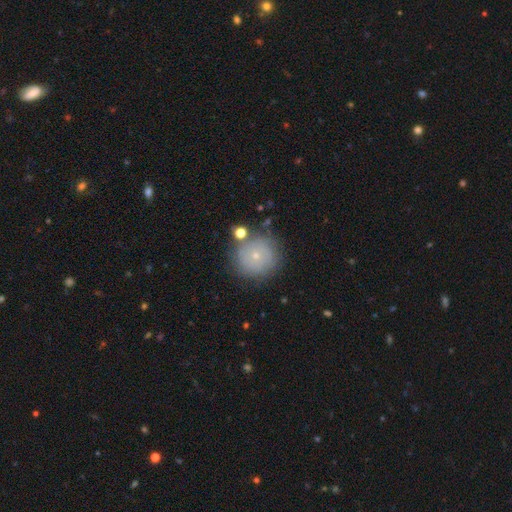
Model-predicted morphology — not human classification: Q: Smooth or featured?
A: smooth (59%); runner-up: featured or disk (30%)
Q: How rounded?
A: round (95%); runner-up: in between (4%)
Q: Merging?
A: none (79%); runner-up: minor disturbance (12%)